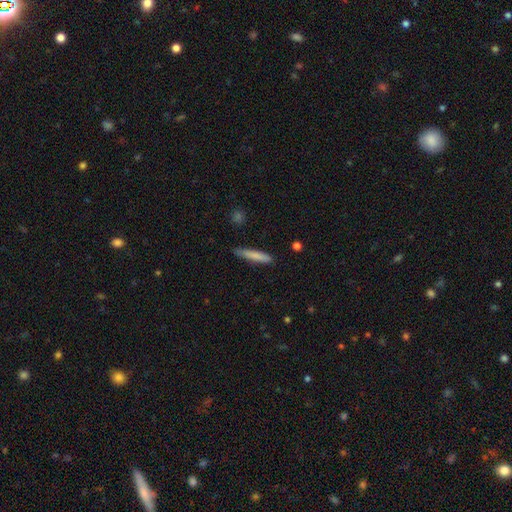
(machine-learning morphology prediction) Overall: smooth (79%). How rounded: cigar-shaped (91%). Merging: none (80%).